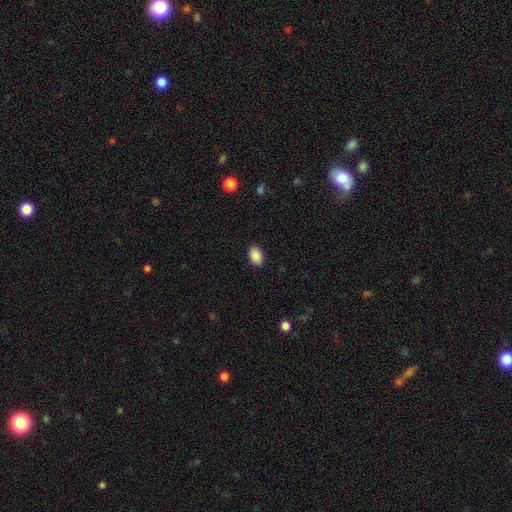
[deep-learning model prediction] Morphology: type=smooth (90%); roundness=in between (88%); merging=none (89%).